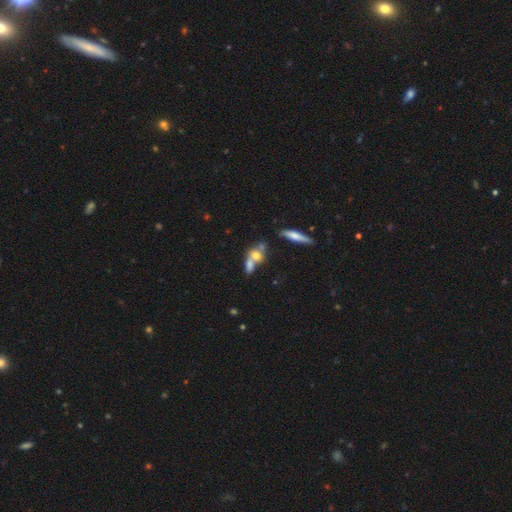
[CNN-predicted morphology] A smooth galaxy with no disk features (58%) that is in between round and cigar-shaped (55%). Merging: merger (58%).